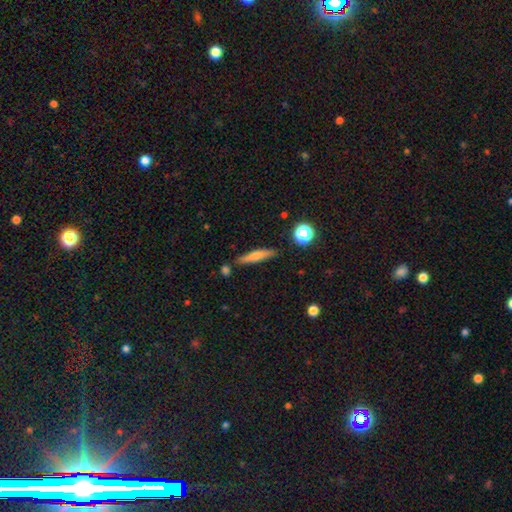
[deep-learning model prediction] Morphology: type=smooth (68%); roundness=cigar-shaped (86%); merging=none (82%).